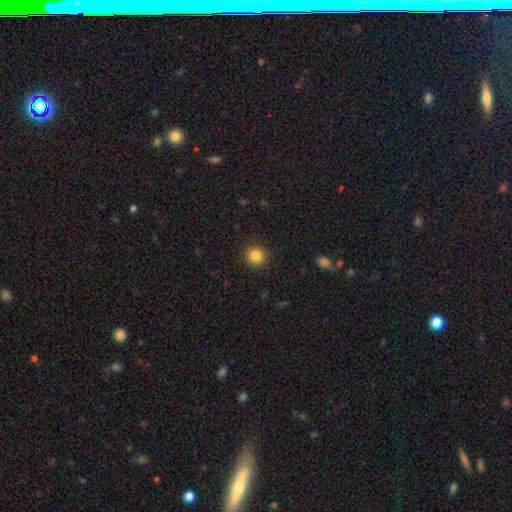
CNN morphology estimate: A smooth galaxy with no disk features (84%) that is round (88%). Merging: none (91%).